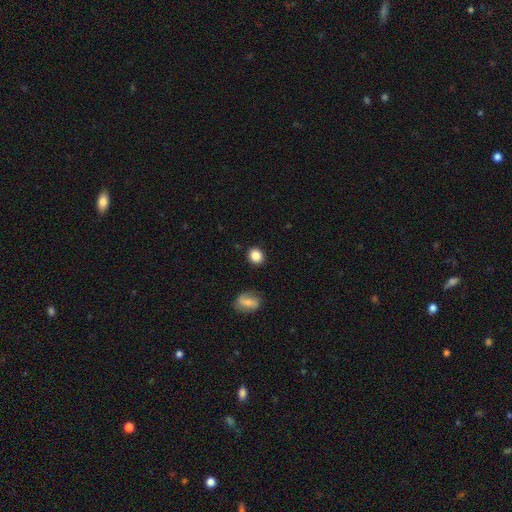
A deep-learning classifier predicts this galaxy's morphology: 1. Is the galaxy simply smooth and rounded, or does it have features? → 85% smooth, 9% star or artifact, 6% featured or disk.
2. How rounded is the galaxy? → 74% round, 25% in between, 1% cigar-shaped.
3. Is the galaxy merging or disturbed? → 87% none, 9% minor disturbance, 2% major disturbance, 2% merger.